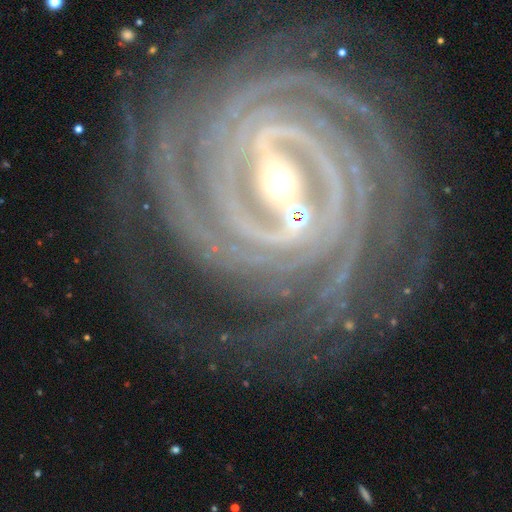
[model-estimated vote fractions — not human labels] Q: Smooth or featured?
A: featured or disk (92%); runner-up: star or artifact (5%)
Q: Edge-on disk?
A: no (97%); runner-up: yes (3%)
Q: Bar?
A: strong (54%); runner-up: weak (28%)
Q: Spiral arms?
A: yes (99%); runner-up: no (1%)
Q: Spiral winding?
A: tight (85%); runner-up: medium (12%)
Q: Spiral arm count?
A: more than 4 (25%); runner-up: 4 (23%)
Q: Bulge size?
A: small (54%); runner-up: moderate (41%)
Q: Merging?
A: none (73%); runner-up: minor disturbance (14%)